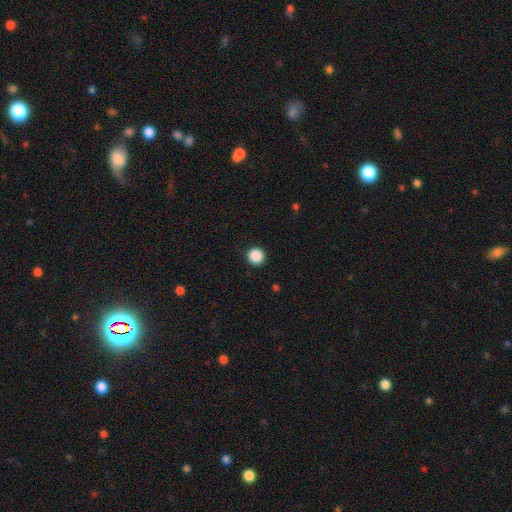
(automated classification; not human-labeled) Smooth or featured: smooth — 88% (star or artifact — 10%)
How rounded: round — 96% (in between — 3%)
Merging: none — 93% (minor disturbance — 4%)